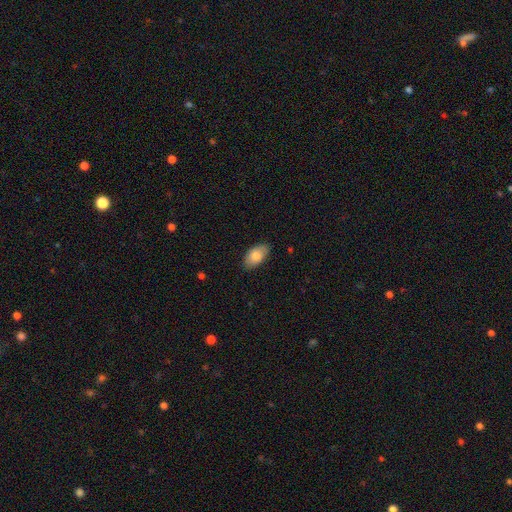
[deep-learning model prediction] This is clearly a smooth galaxy (83%). How rounded: clearly in between (94%). Merging: clearly none (83%).